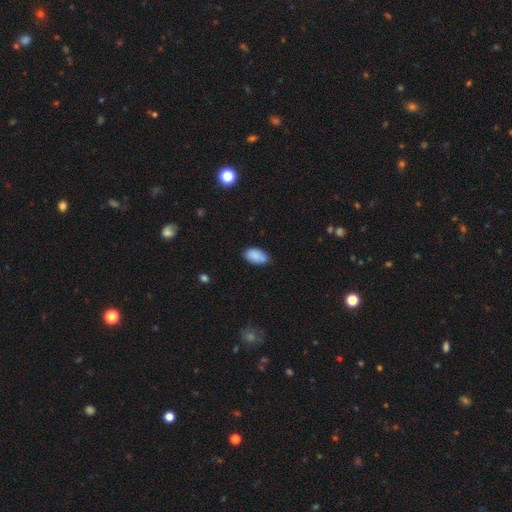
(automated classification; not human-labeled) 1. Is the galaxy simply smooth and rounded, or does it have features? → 86% smooth, 8% star or artifact, 7% featured or disk.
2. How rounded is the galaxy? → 92% in between, 6% round, 2% cigar-shaped.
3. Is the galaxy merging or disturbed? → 64% none, 27% minor disturbance, 5% merger, 4% major disturbance.